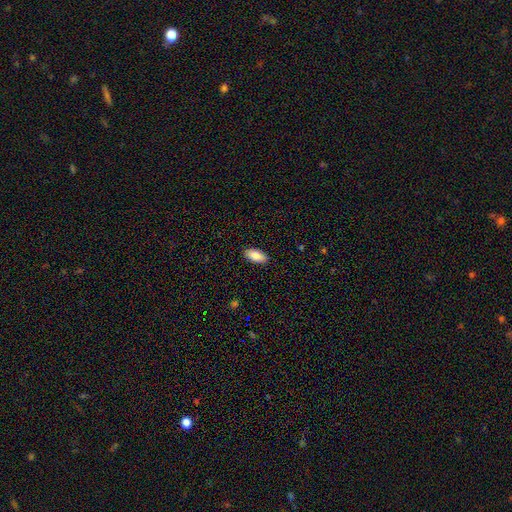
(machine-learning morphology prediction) Smooth or featured? Predicted: smooth (p=0.87). How rounded? Predicted: in between (p=0.91). Merging? Predicted: none (p=0.90).